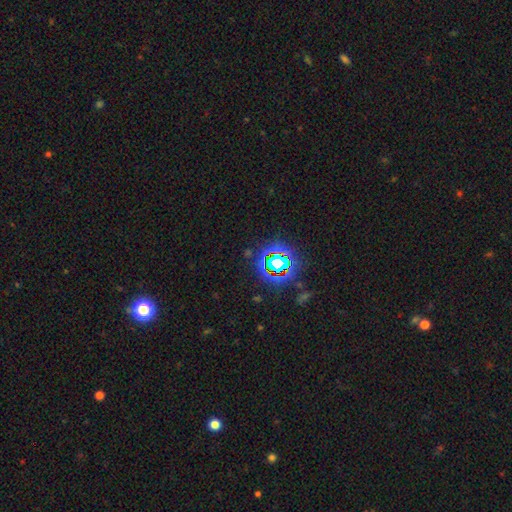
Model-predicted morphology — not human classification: Overall: star or artifact (76%).